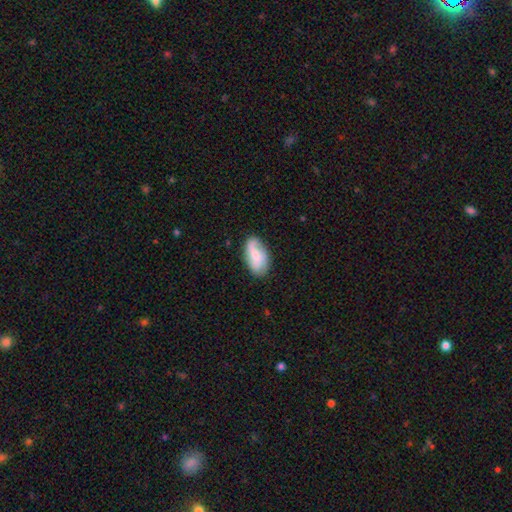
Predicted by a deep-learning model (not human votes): Morphology: type=smooth (57%); roundness=in between (92%); merging=none (71%).